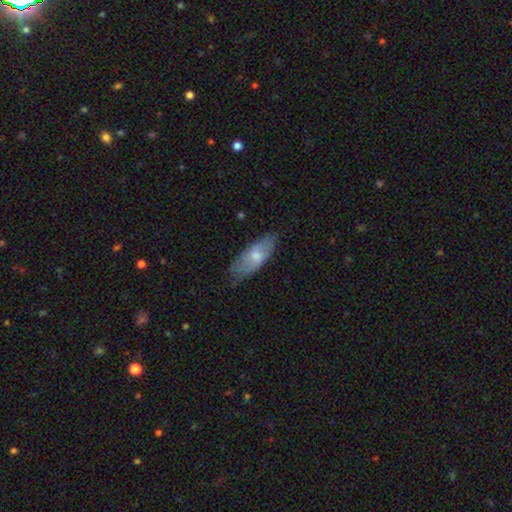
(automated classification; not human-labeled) Smooth or featured: smooth — 60% (featured or disk — 34%)
How rounded: in between — 76% (cigar-shaped — 22%)
Merging: none — 73% (minor disturbance — 22%)